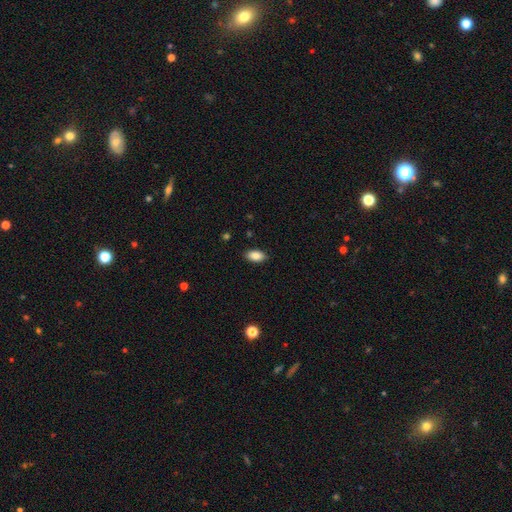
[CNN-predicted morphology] type=smooth (87%); roundness=in between (93%); merging=none (88%).